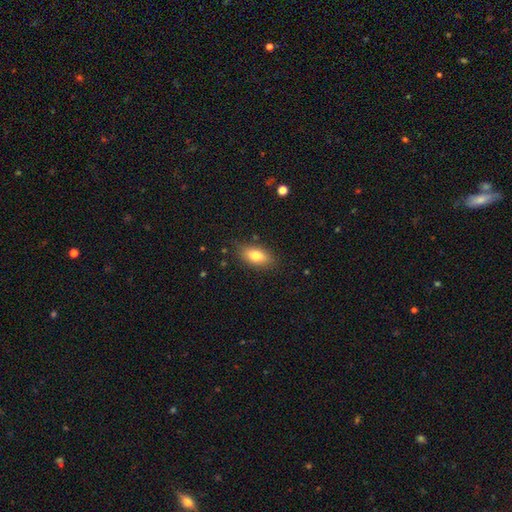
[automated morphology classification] Overall: smooth (77%). How rounded: in between (85%). Merging: none (82%).